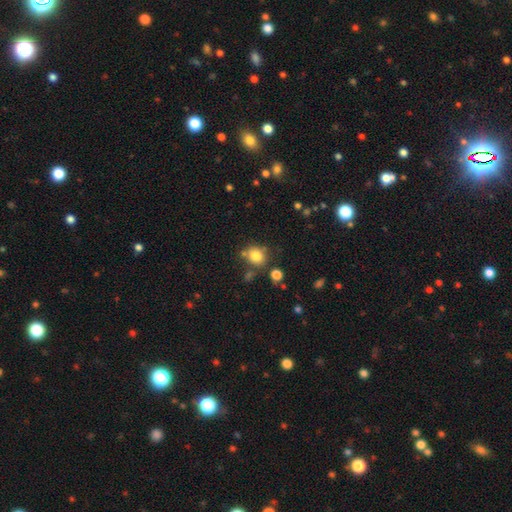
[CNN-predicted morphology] A smooth galaxy with no disk features (80%) that is round (70%). Merging: none (67%).